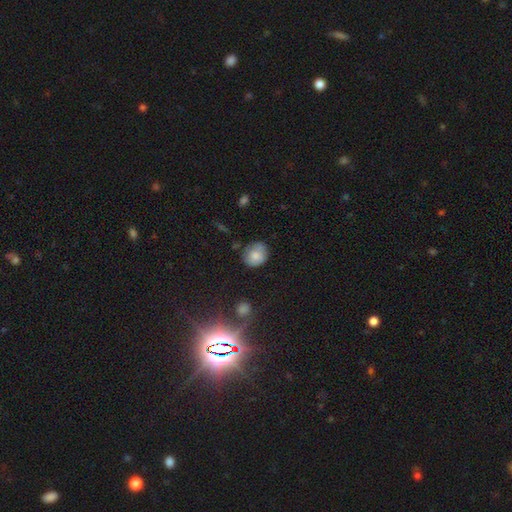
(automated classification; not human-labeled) The model was most divided on "how rounded": round: 66%, in between: 33%, cigar-shaped: 1%. More confident: smooth or featured — smooth (78%); merging — none (68%).